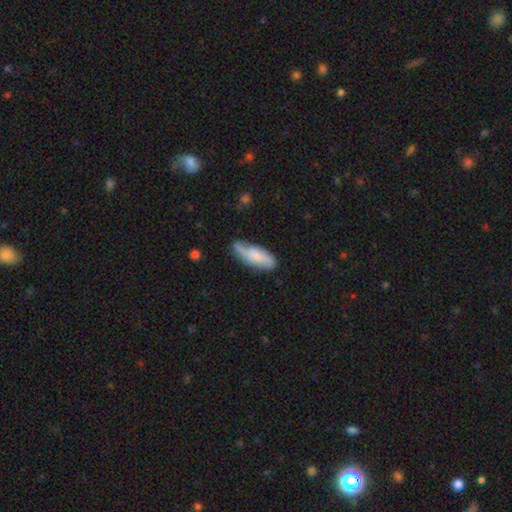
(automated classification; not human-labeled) This appears to be a smooth galaxy with no disk features (51%) that is in between round and cigar-shaped (70%). Merging: none (61%).